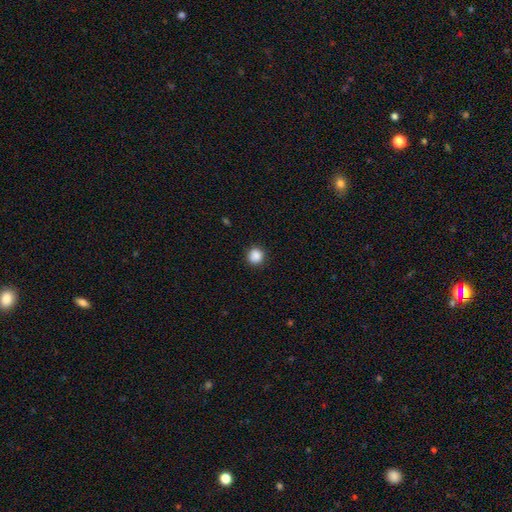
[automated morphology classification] Q: Smooth or featured?
A: smooth (87%); runner-up: star or artifact (10%)
Q: How rounded?
A: round (90%); runner-up: in between (9%)
Q: Merging?
A: none (87%); runner-up: minor disturbance (9%)